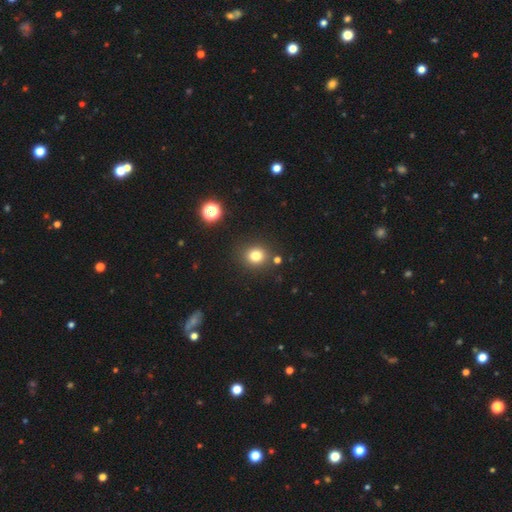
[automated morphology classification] Smooth or featured? smooth (79%)
How rounded? round (81%)
Merging? none (84%)